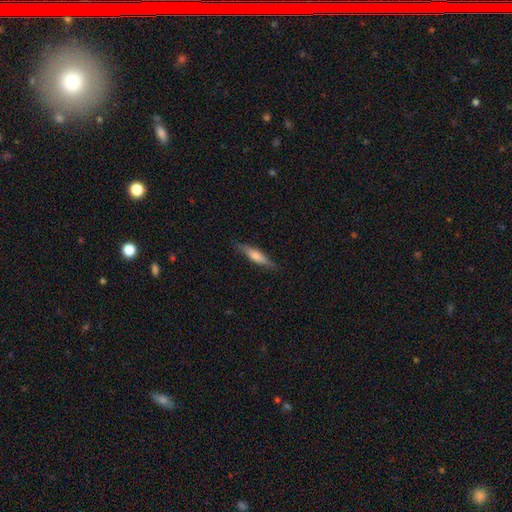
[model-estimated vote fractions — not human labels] Smooth or featured? Predicted: smooth (p=0.51). How rounded? Predicted: cigar-shaped (p=0.82). Merging? Predicted: none (p=0.85).